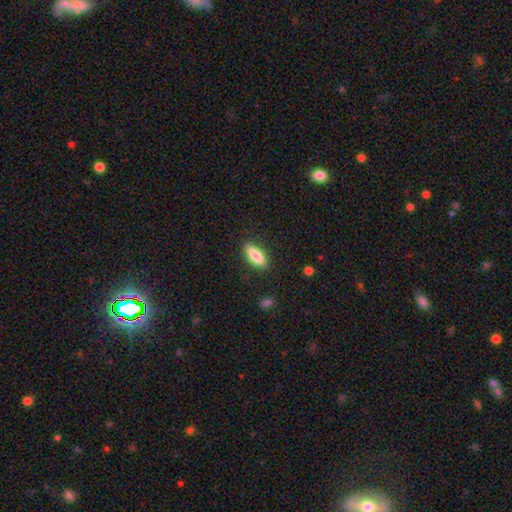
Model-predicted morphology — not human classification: Smooth or featured?
  - smooth: 80% *
  - featured or disk: 13%
  - star or artifact: 6%
How rounded?
  - in between: 60% *
  - cigar-shaped: 37%
  - round: 2%
Merging?
  - none: 86% *
  - minor disturbance: 10%
  - major disturbance: 3%
  - merger: 1%